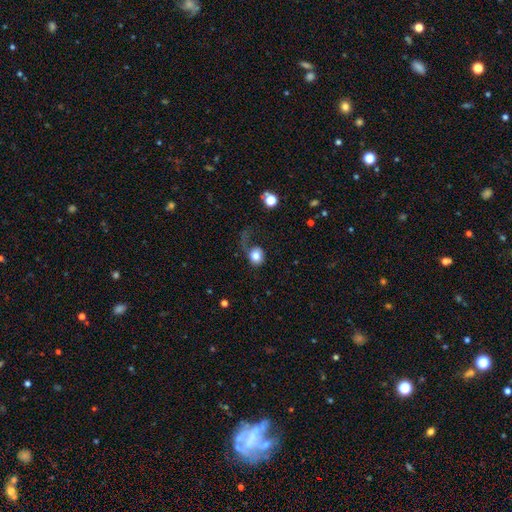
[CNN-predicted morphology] type=smooth (70%); roundness=round (69%); merging=major disturbance (44%).